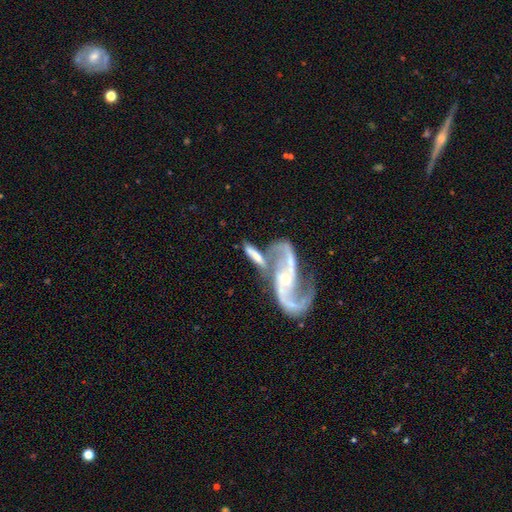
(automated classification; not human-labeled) Q: Smooth or featured?
A: featured or disk (67%); runner-up: smooth (26%)
Q: Edge-on disk?
A: no (86%); runner-up: yes (14%)
Q: Bar?
A: no (54%); runner-up: weak (31%)
Q: Spiral arms?
A: yes (81%); runner-up: no (19%)
Q: Bulge size?
A: small (50%); runner-up: moderate (34%)
Q: Merging?
A: merger (57%); runner-up: none (20%)